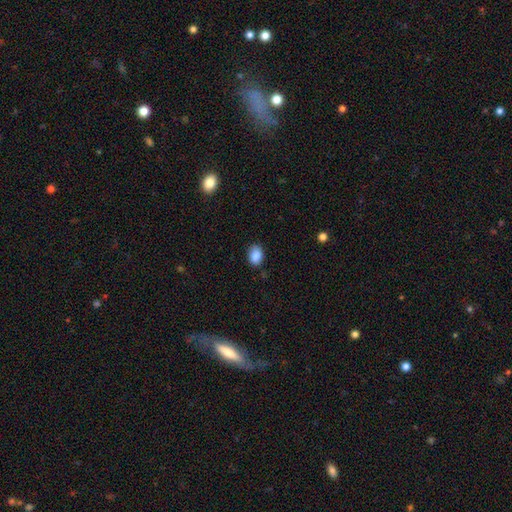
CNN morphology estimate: smooth 87%, star or artifact 8%, featured or disk 5%. Down the decision tree: how rounded — in between (80%); merging — none (80%).